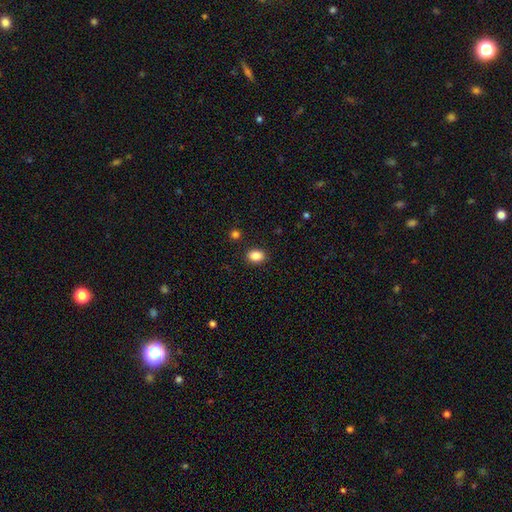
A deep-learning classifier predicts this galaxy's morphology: type=smooth (86%); roundness=in between (68%); merging=none (88%).